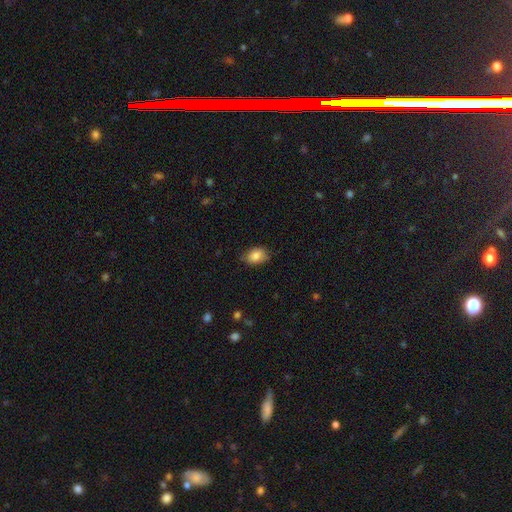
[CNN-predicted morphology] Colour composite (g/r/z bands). It shows a smooth galaxy with no disk features (85%) that is in between round and cigar-shaped (78%). Merging: none (77%).